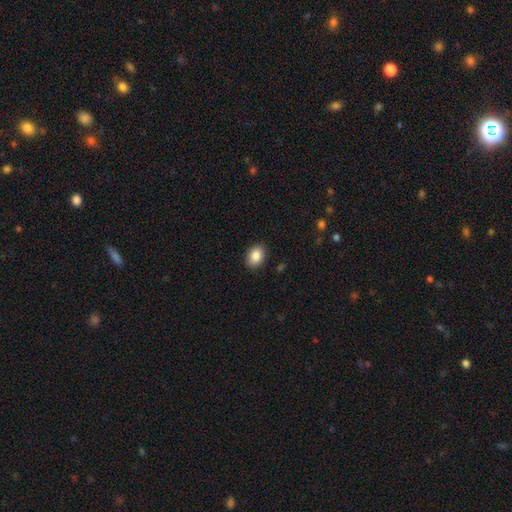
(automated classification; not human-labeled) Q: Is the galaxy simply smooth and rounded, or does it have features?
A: smooth — 87%.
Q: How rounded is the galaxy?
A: in between — 77%.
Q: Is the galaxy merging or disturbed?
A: none — 89%.